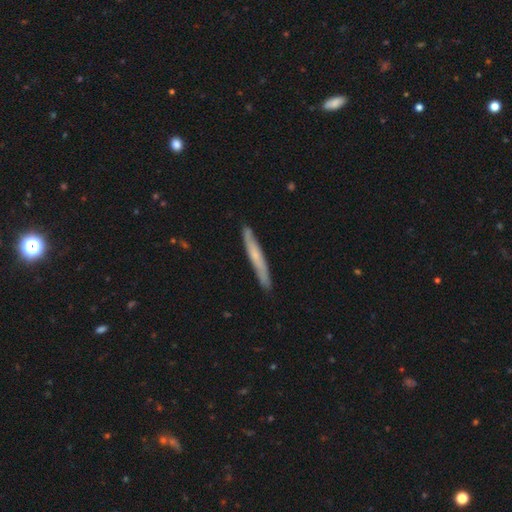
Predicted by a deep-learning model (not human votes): smooth_or_featured: smooth (p=0.49) [alt: featured or disk p=0.46]
merging: none (p=0.87) [alt: minor disturbance p=0.10]